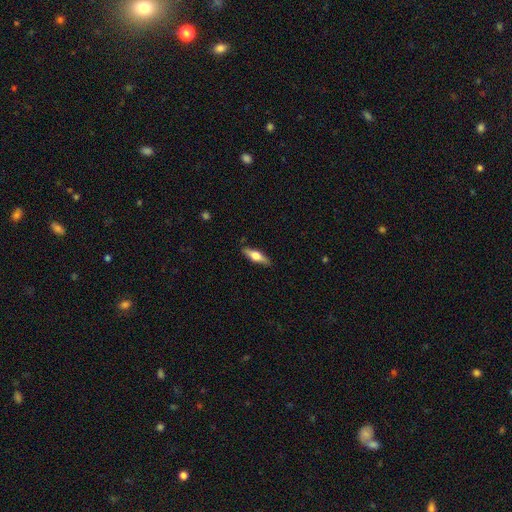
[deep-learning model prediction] This is possibly a featured or disk galaxy (50%). It is clearly viewed edge-on (93%). Merging: clearly none (86%).